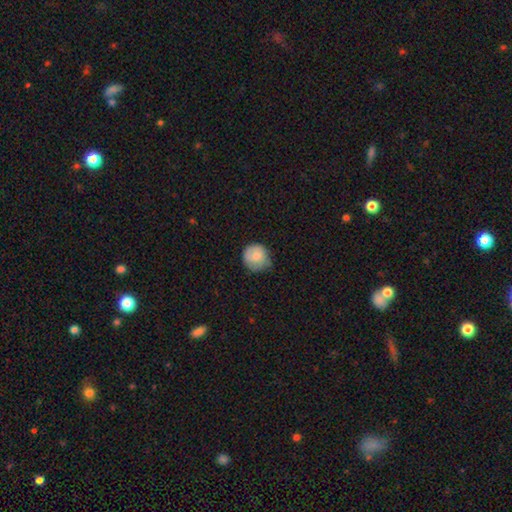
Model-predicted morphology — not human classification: Q: Smooth or featured?
A: smooth (79%); runner-up: featured or disk (14%)
Q: How rounded?
A: round (91%); runner-up: in between (8%)
Q: Merging?
A: none (63%); runner-up: minor disturbance (30%)